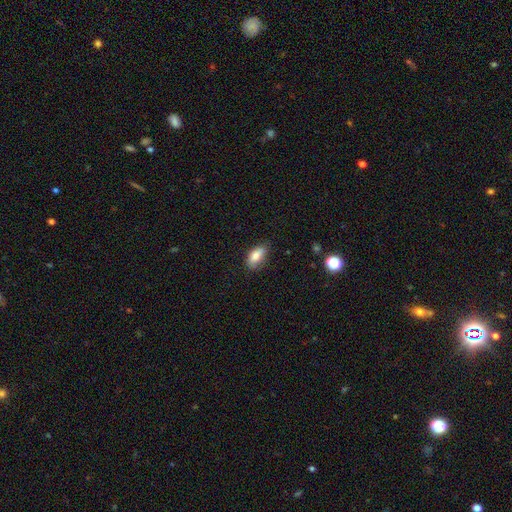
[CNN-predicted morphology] The model was most divided on "merging": none: 69%, minor disturbance: 25%, major disturbance: 5%, merger: 1%. More confident: how rounded — in between (90%); smooth or featured — smooth (83%).